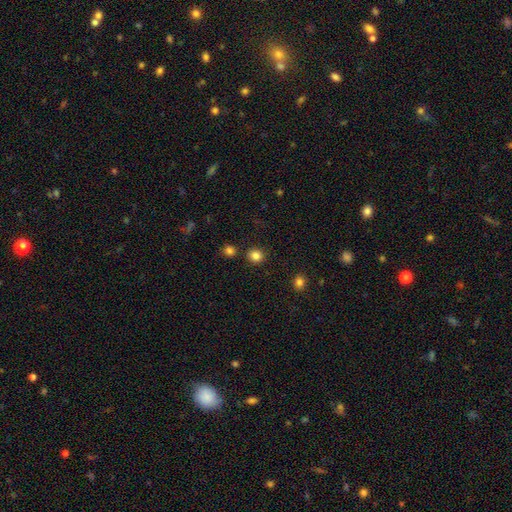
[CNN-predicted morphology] type=smooth (84%); roundness=round (84%); merging=none (87%).